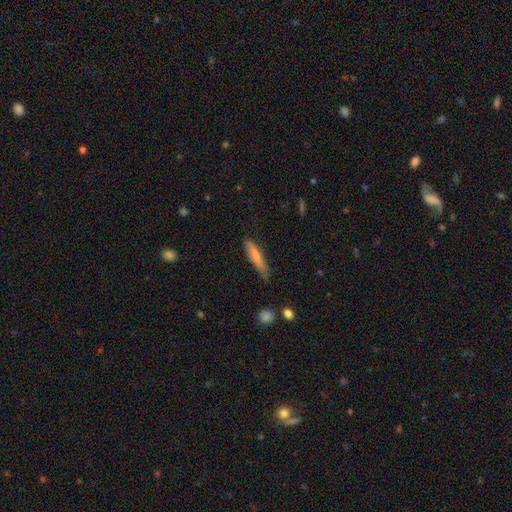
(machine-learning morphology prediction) Smooth or featured?
  - smooth: 72% *
  - featured or disk: 21%
  - star or artifact: 6%
How rounded?
  - cigar-shaped: 87% *
  - in between: 11%
  - round: 2%
Merging?
  - none: 64% *
  - minor disturbance: 28%
  - major disturbance: 5%
  - merger: 2%